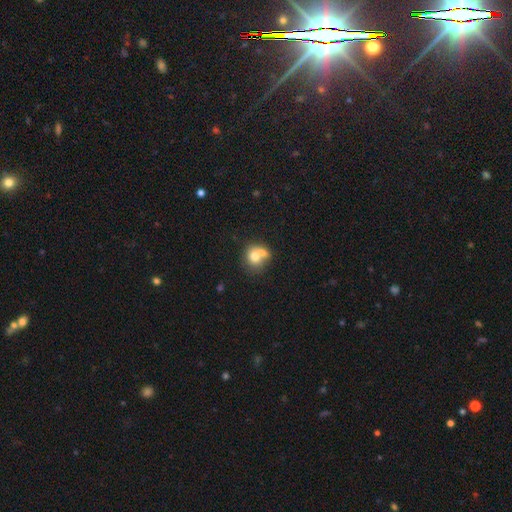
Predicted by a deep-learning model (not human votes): Smooth or featured? Predicted: smooth (p=0.70). How rounded? Predicted: round (p=0.71). Merging? Predicted: merger (p=0.58).